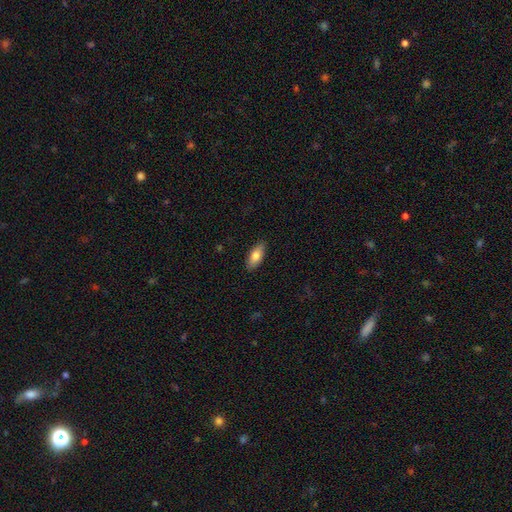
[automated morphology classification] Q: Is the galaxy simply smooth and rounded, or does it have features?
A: smooth — 78%.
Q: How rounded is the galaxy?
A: in between — 84%.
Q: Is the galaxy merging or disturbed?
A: none — 86%.